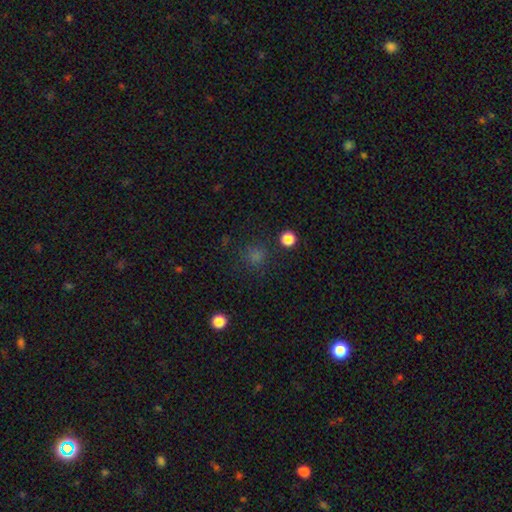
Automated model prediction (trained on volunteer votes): Morphology: type=smooth (63%); roundness=round (92%); merging=none (85%).